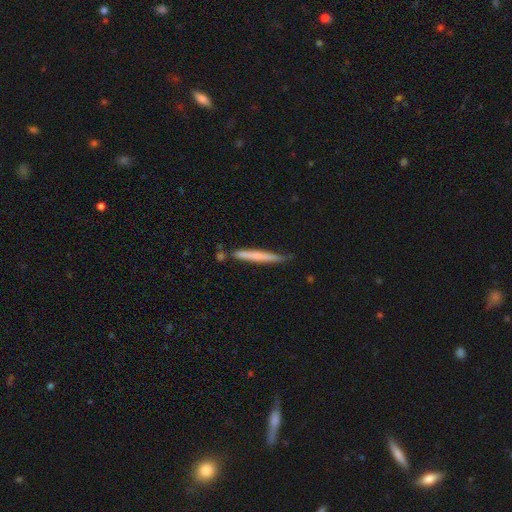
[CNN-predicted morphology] Smooth or featured? Predicted: smooth (p=0.60). How rounded? Predicted: cigar-shaped (p=0.96). Merging? Predicted: none (p=0.74).